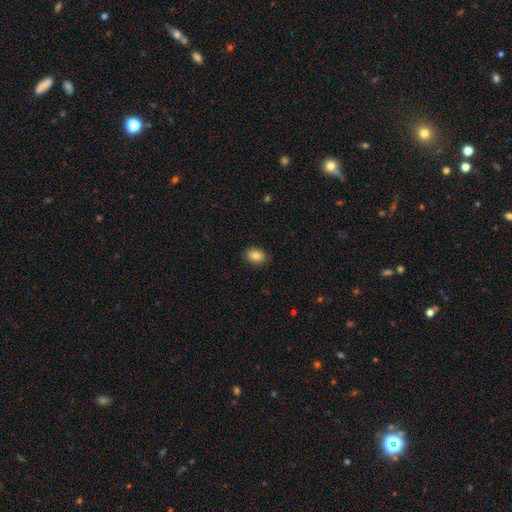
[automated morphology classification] type=smooth (84%); roundness=in between (61%); merging=none (87%).